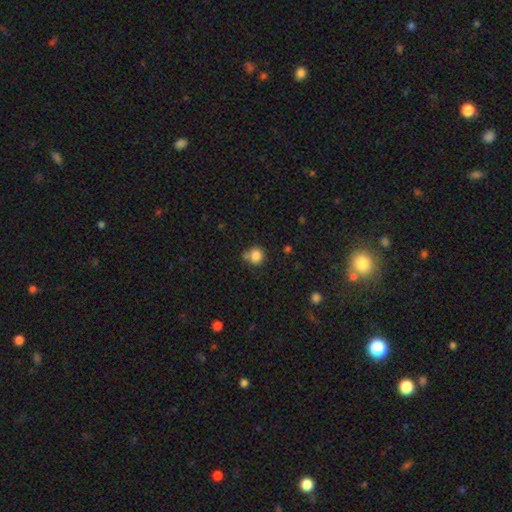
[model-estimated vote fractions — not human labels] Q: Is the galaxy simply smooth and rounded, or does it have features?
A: smooth — 84%.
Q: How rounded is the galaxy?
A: round — 87%.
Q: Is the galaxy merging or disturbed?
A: none — 63%.